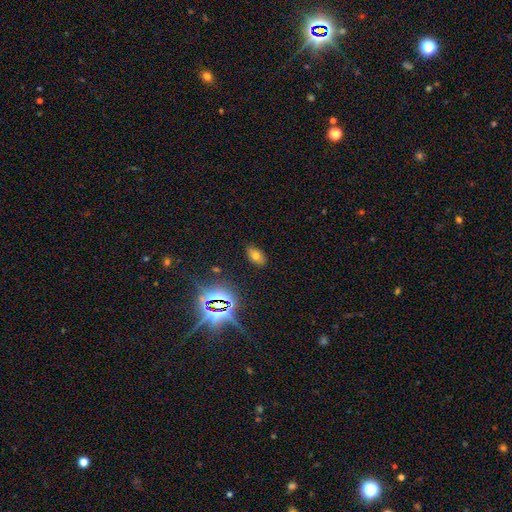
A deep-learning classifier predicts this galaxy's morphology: Smooth or featured?
  - smooth: 64% *
  - star or artifact: 23%
  - featured or disk: 13%
How rounded?
  - in between: 89% *
  - round: 8%
  - cigar-shaped: 3%
Merging?
  - none: 84% *
  - minor disturbance: 11%
  - major disturbance: 3%
  - merger: 2%